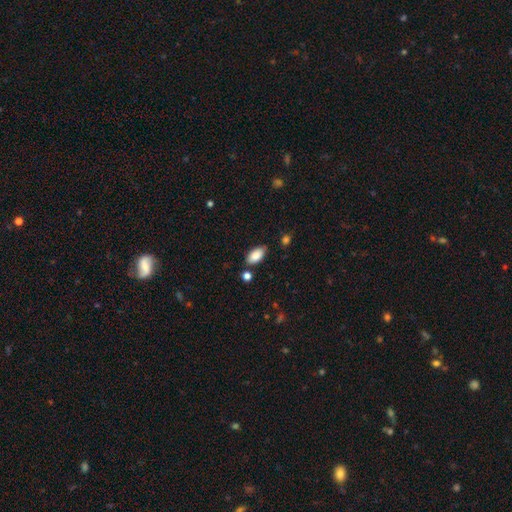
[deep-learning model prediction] The model was most divided on "merging": none: 81%, minor disturbance: 13%, merger: 4%, major disturbance: 3%. More confident: how rounded — in between (93%); smooth or featured — smooth (86%).